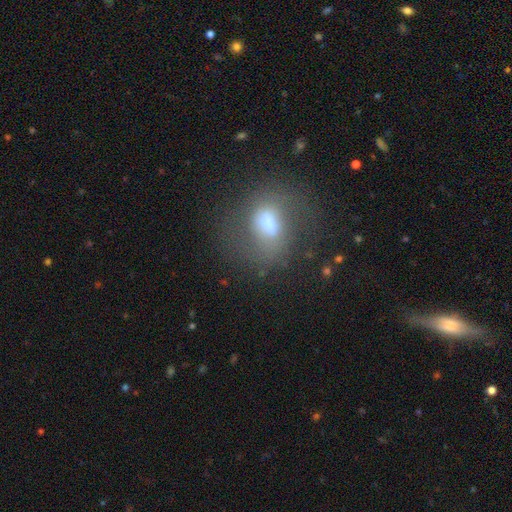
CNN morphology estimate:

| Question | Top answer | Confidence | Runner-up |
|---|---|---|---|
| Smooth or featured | smooth | 45% | featured or disk (36%) |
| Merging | none | 79% | minor disturbance (13%) |